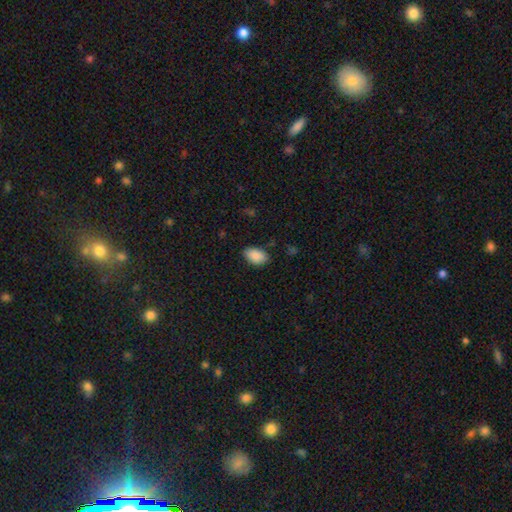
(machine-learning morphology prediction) type=smooth (90%); roundness=in between (93%); merging=none (84%).